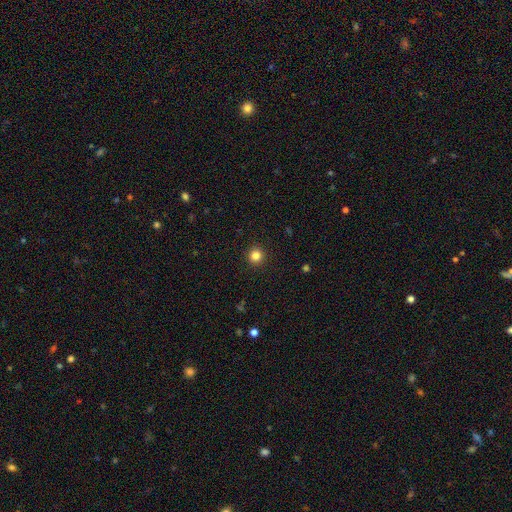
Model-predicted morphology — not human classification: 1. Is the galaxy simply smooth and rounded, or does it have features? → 84% smooth, 12% star or artifact, 4% featured or disk.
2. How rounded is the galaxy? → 95% round, 4% in between, 1% cigar-shaped.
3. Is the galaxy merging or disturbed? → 93% none, 4% minor disturbance, 2% major disturbance, 1% merger.